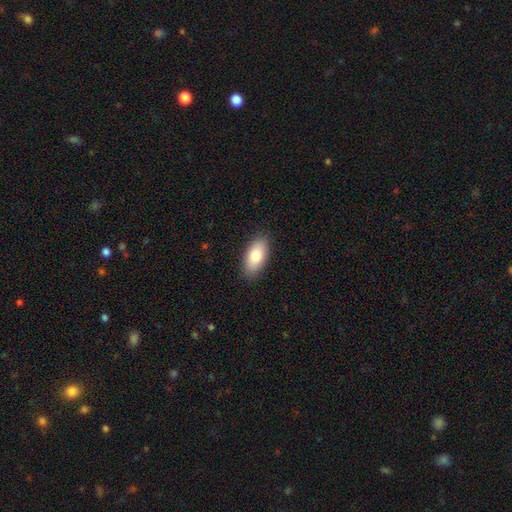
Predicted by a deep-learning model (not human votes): A smooth galaxy with no disk features (80%) that is in between round and cigar-shaped (92%). Merging: none (88%).